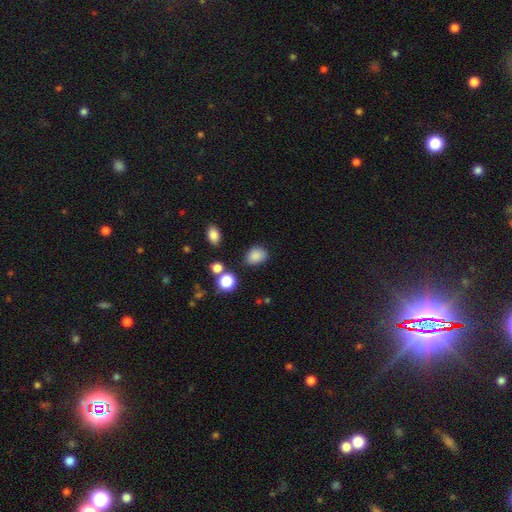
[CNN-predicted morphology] This is clearly a smooth galaxy (84%). How rounded: likely in between (66%). Merging: likely none (74%).